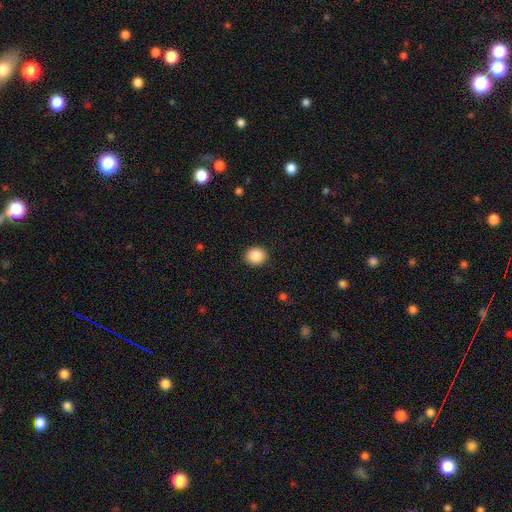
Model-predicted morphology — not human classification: Smooth or featured? Predicted: smooth (p=0.87). How rounded? Predicted: round (p=0.78). Merging? Predicted: none (p=0.91).